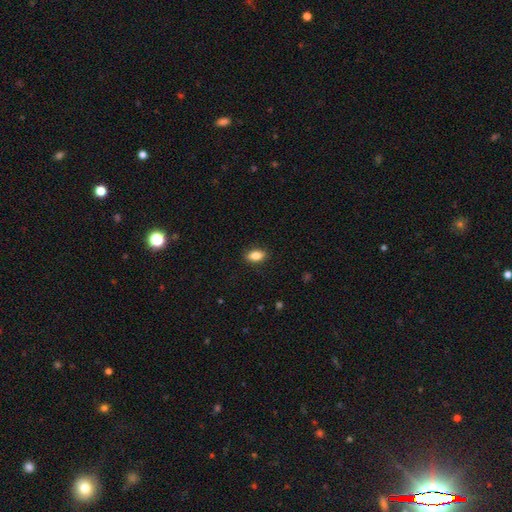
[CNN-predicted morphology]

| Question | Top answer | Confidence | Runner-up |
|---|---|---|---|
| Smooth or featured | smooth | 83% | featured or disk (9%) |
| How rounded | in between | 87% | round (7%) |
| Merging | none | 89% | minor disturbance (8%) |